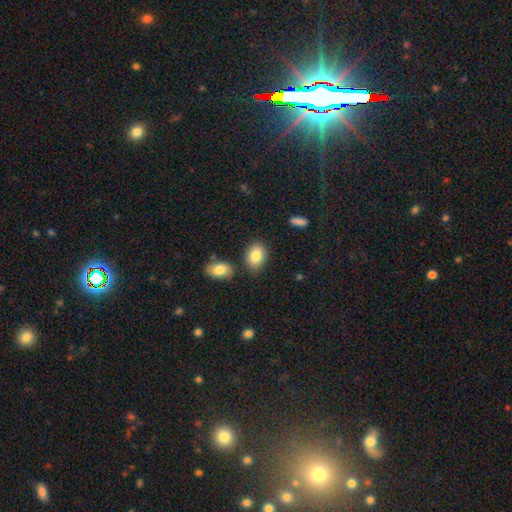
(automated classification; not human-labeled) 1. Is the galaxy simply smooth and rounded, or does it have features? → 85% smooth, 8% featured or disk, 7% star or artifact.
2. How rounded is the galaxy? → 84% in between, 15% round, 1% cigar-shaped.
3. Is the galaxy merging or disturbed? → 78% none, 11% minor disturbance, 8% merger, 3% major disturbance.